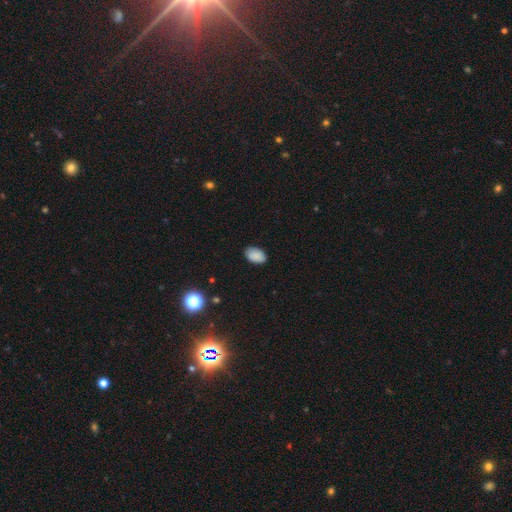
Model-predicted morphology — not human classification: Smooth or featured?
  - smooth: 86% *
  - star or artifact: 9%
  - featured or disk: 5%
How rounded?
  - in between: 90% *
  - round: 8%
  - cigar-shaped: 1%
Merging?
  - none: 85% *
  - minor disturbance: 12%
  - major disturbance: 2%
  - merger: 1%